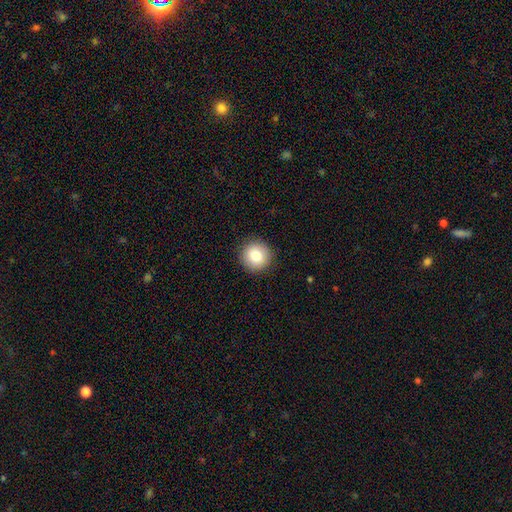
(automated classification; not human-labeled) smooth 84%, star or artifact 9%, featured or disk 7%. Down the decision tree: how rounded — round (95%); merging — none (91%).